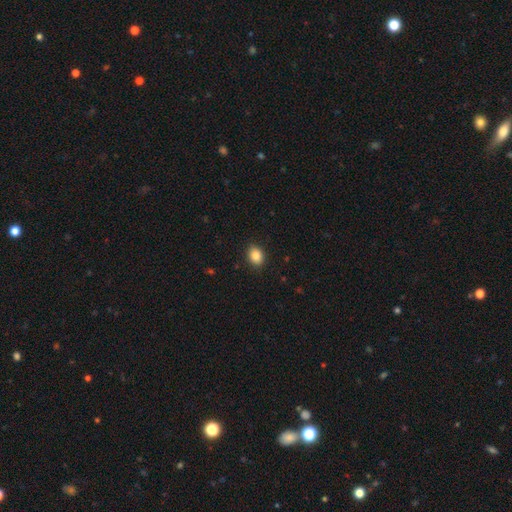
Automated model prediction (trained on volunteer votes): Q: Smooth or featured?
A: smooth (87%); runner-up: star or artifact (9%)
Q: How rounded?
A: in between (64%); runner-up: round (35%)
Q: Merging?
A: none (89%); runner-up: minor disturbance (8%)